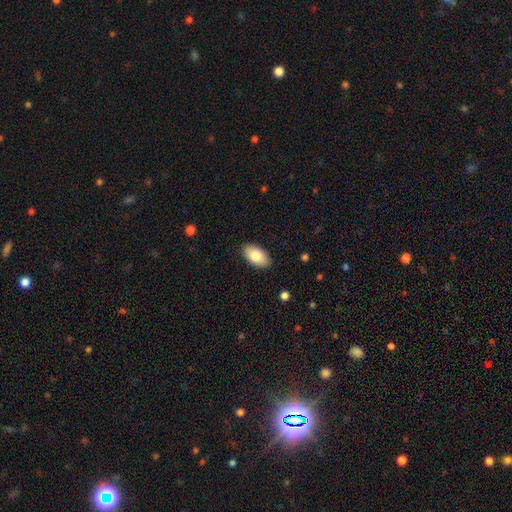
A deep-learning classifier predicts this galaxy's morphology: This appears to be a smooth galaxy with no disk features (82%) that is in between round and cigar-shaped (95%). Merging: none (88%).